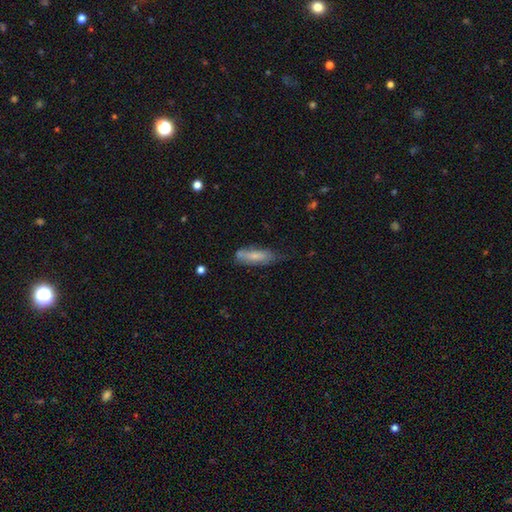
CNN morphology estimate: Smooth or featured? Predicted: smooth (p=0.63). How rounded? Predicted: cigar-shaped (p=0.58). Merging? Predicted: none (p=0.56).